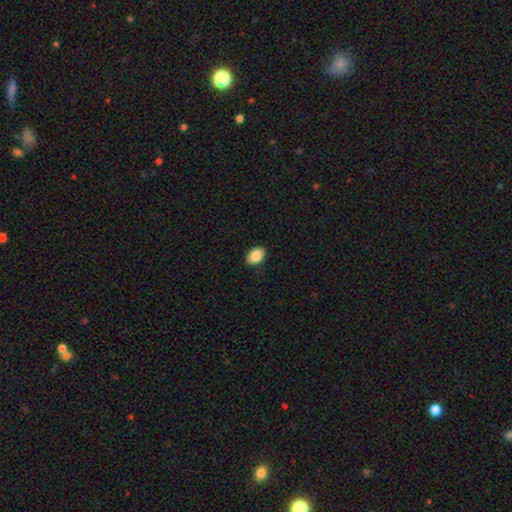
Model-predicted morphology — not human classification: The model was most divided on "how rounded": in between: 83%, round: 16%, cigar-shaped: 1%. More confident: merging — none (89%); smooth or featured — smooth (86%).